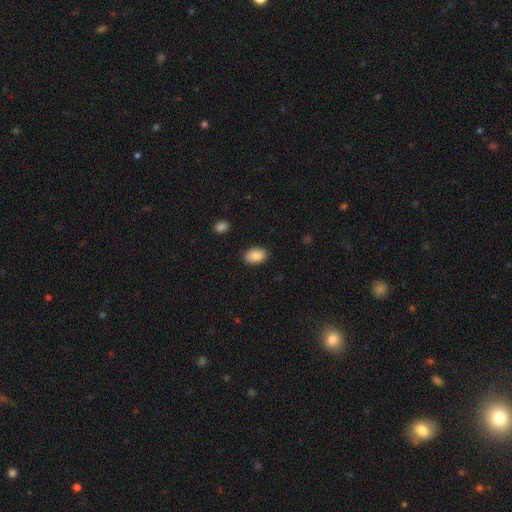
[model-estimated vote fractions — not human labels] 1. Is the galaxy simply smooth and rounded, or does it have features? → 89% smooth, 7% star or artifact, 4% featured or disk.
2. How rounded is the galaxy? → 92% in between, 7% round, 1% cigar-shaped.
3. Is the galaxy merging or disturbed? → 88% none, 9% minor disturbance, 2% major disturbance, 1% merger.